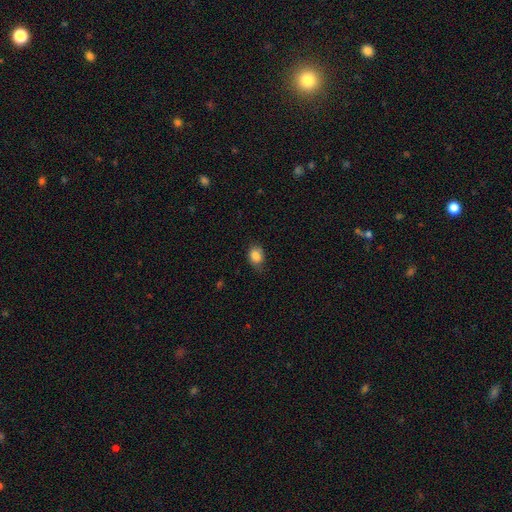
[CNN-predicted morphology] This appears to be a smooth galaxy with no disk features (84%) that is in between round and cigar-shaped (66%). Merging: none (71%).